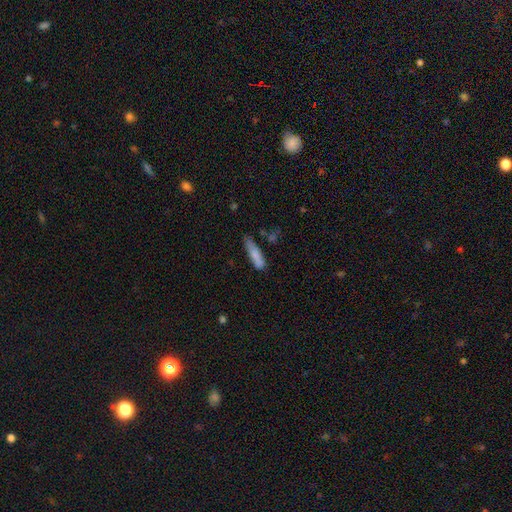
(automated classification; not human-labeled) Q: Smooth or featured?
A: smooth (79%); runner-up: featured or disk (14%)
Q: How rounded?
A: cigar-shaped (68%); runner-up: in between (30%)
Q: Merging?
A: none (56%); runner-up: minor disturbance (30%)